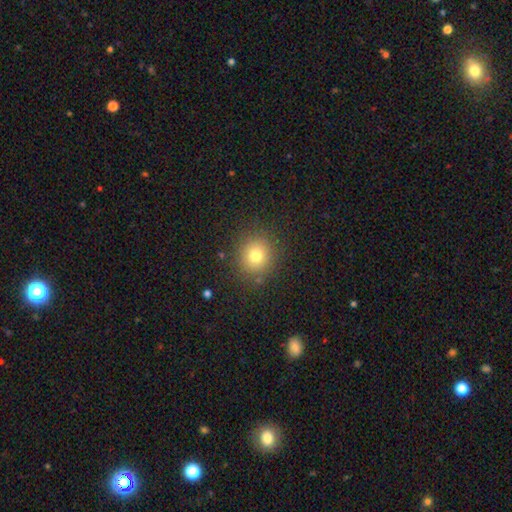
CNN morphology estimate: smooth-or-featured: smooth: 76% | star or artifact: 15% | featured or disk: 9%
  how-rounded: round: 89% | in between: 10% | cigar-shaped: 1%
  merging: none: 87% | minor disturbance: 8% | major disturbance: 3% | merger: 2%